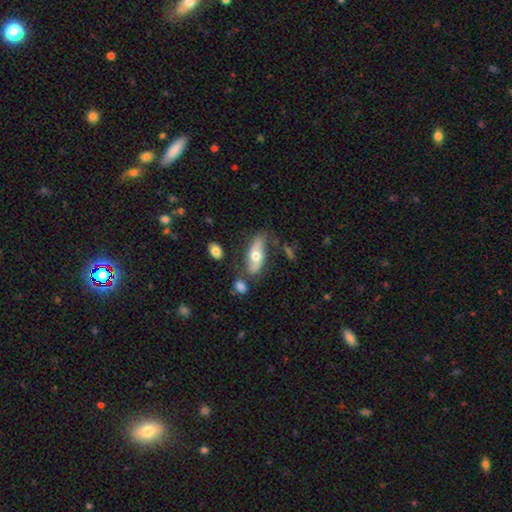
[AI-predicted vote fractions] Smooth or featured? smooth (51%)
How rounded? in between (78%)
Merging? none (62%)